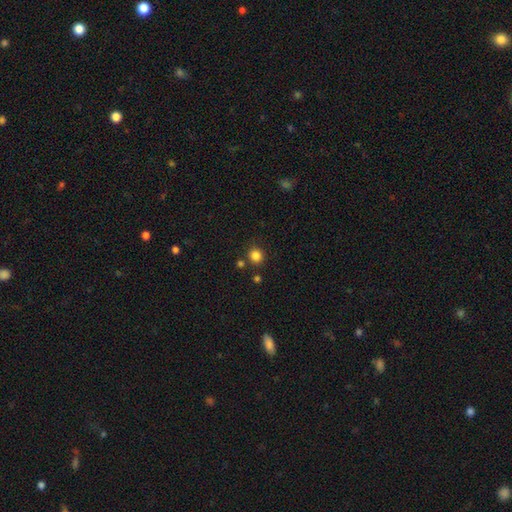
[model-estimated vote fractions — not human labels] Smooth or featured: smooth — 83% (star or artifact — 13%)
How rounded: round — 89% (in between — 10%)
Merging: none — 83% (minor disturbance — 8%)